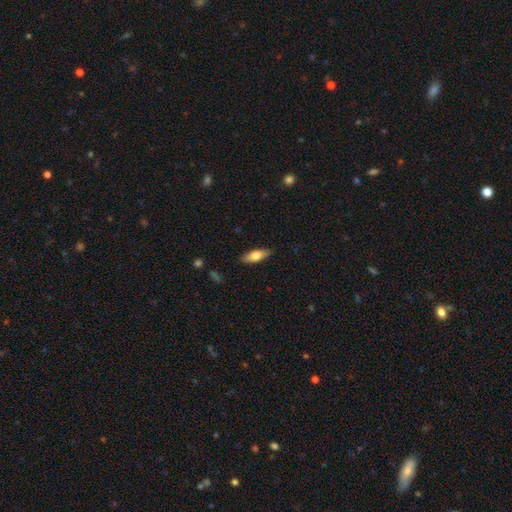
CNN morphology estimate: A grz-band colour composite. It shows a smooth galaxy with no disk features (73%) that is in between round and cigar-shaped (67%). Merging: none (87%).